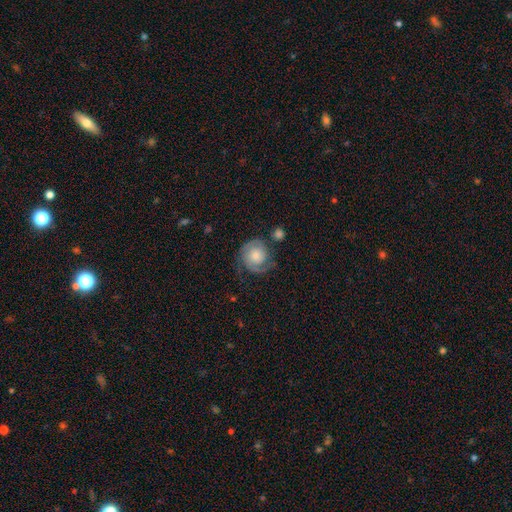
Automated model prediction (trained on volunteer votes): smooth_or_featured: featured or disk (p=0.69) [alt: smooth p=0.25]
disk_edge_on: no (p=0.98) [alt: yes p=0.02]
bar: no (p=0.77) [alt: weak p=0.20]
has_spiral_arms: yes (p=0.92) [alt: no p=0.08]
spiral_winding: tight (p=0.56) [alt: medium p=0.33]
spiral_arm_count: 2 (p=0.67) [alt: 1 p=0.14]
bulge_size: moderate (p=0.40) [alt: small p=0.25]
merging: none (p=0.63) [alt: minor disturbance p=0.20]